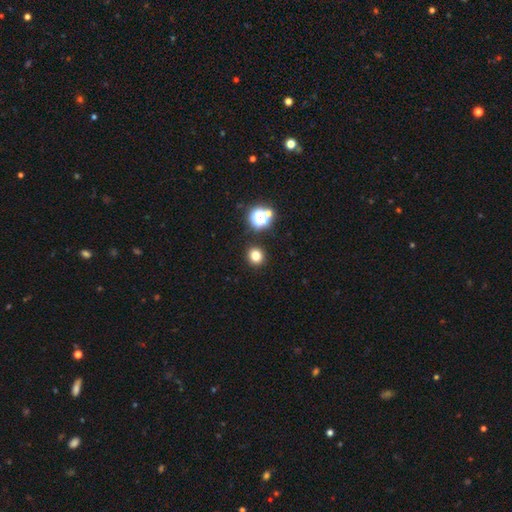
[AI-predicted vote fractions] Q: Smooth or featured?
A: smooth (77%); runner-up: star or artifact (17%)
Q: How rounded?
A: round (89%); runner-up: in between (10%)
Q: Merging?
A: none (91%); runner-up: minor disturbance (5%)